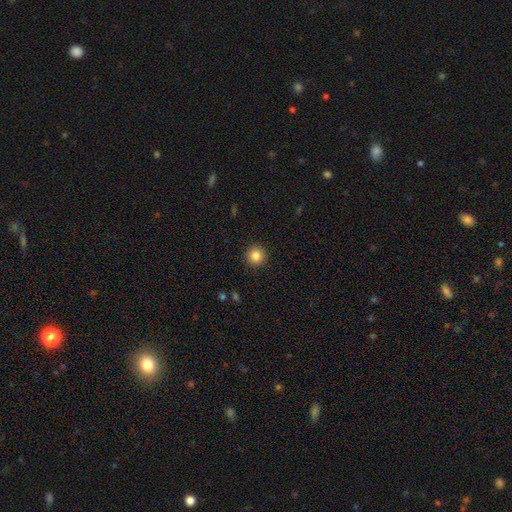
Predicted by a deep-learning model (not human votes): smooth 85%, star or artifact 10%, featured or disk 5%. Down the decision tree: how rounded — round (95%); merging — none (92%).